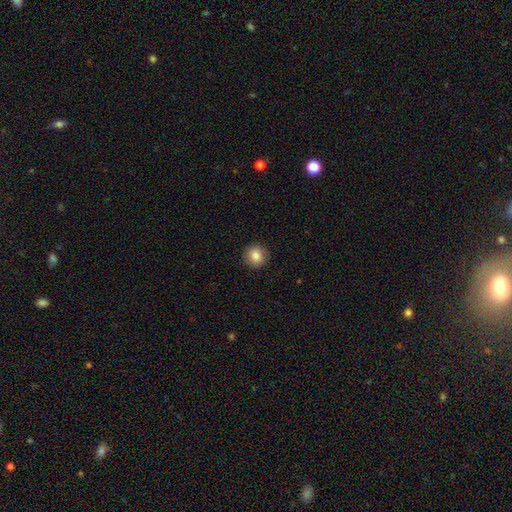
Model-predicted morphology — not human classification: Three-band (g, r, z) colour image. It shows a smooth galaxy with no disk features (85%) that is round (91%). Merging: none (91%).